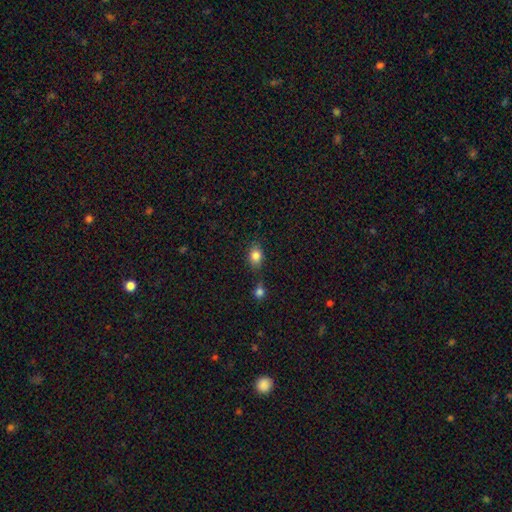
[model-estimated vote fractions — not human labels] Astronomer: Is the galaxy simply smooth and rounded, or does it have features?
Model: smooth — 82%.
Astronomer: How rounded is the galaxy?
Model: in between — 57% (runner-up: round, 41%).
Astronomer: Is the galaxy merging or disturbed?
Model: none — 61%.